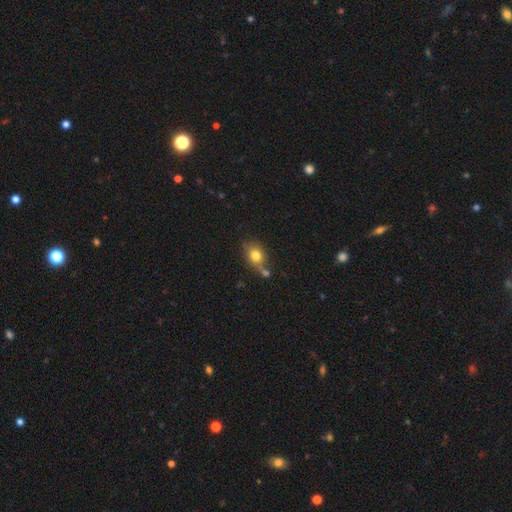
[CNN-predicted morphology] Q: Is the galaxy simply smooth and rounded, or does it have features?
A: smooth — 77%.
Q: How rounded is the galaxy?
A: in between — 51%.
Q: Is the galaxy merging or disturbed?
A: none — 51%.